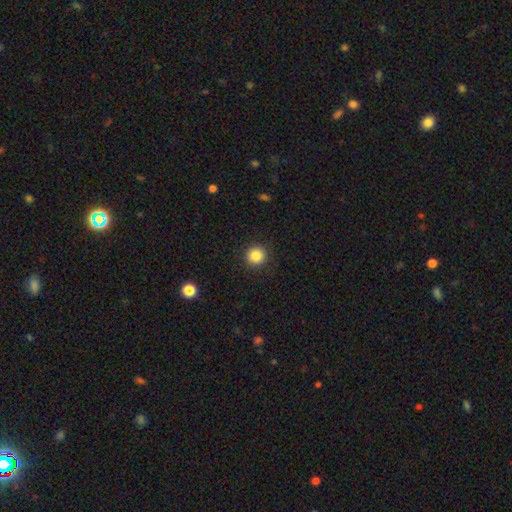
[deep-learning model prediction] Smooth or featured? Predicted: smooth (p=0.85). How rounded? Predicted: round (p=0.93). Merging? Predicted: none (p=0.92).